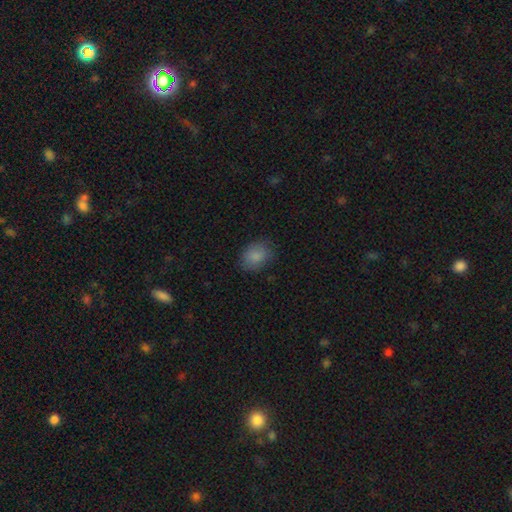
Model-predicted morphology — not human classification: Smooth or featured?
  - smooth: 86% *
  - star or artifact: 8%
  - featured or disk: 6%
How rounded?
  - in between: 67% *
  - round: 32%
  - cigar-shaped: 1%
Merging?
  - none: 78% *
  - minor disturbance: 16%
  - major disturbance: 4%
  - merger: 1%